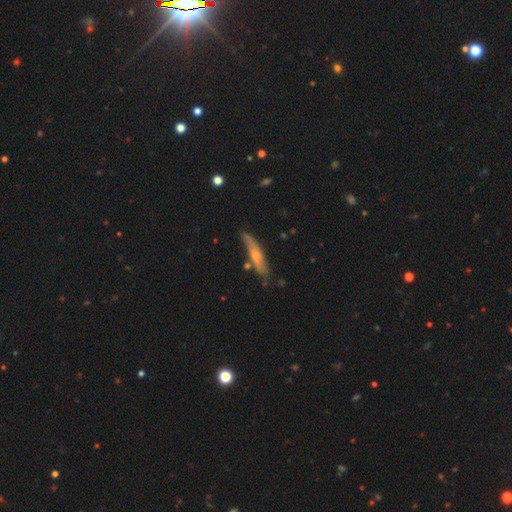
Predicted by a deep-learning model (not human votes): The model was most divided on "smooth or featured": smooth: 48%, featured or disk: 47%, star or artifact: 6%. More confident: merging — none (72%).